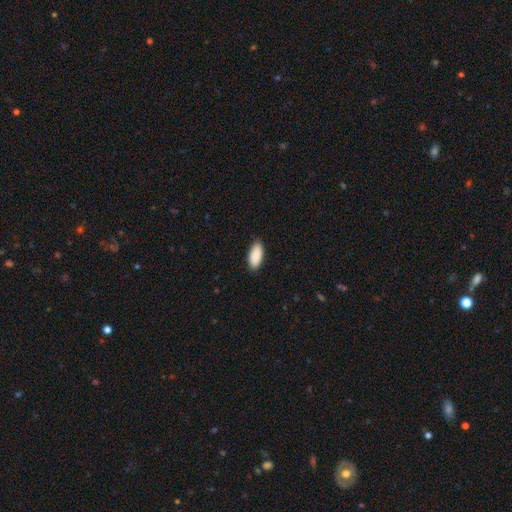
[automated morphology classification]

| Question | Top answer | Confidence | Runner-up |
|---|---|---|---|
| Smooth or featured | smooth | 91% | star or artifact (6%) |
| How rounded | in between | 89% | cigar-shaped (9%) |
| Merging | none | 88% | minor disturbance (10%) |